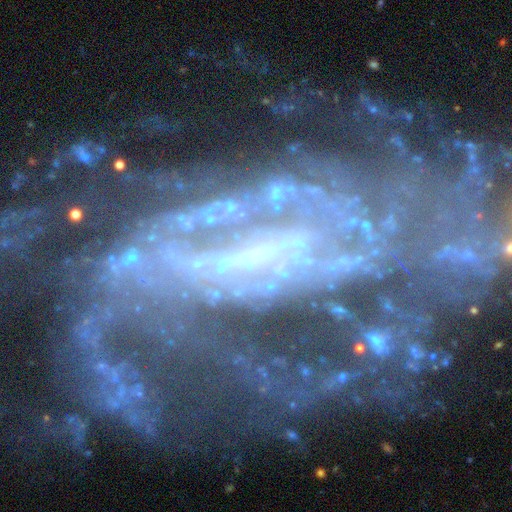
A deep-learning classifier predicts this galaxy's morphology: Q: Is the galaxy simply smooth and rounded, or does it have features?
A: featured or disk — 86%.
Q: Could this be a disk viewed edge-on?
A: no — 96%.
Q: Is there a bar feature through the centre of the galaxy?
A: strong — 48%.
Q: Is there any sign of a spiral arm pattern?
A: yes — 90%.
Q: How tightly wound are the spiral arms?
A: medium — 42%.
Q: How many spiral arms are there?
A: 2 — 31%.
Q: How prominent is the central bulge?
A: small — 44%.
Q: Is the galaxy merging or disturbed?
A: none — 48%.